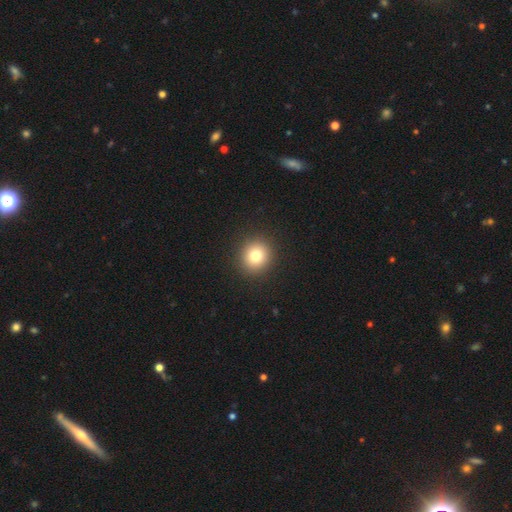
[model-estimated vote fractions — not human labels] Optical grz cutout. It shows a smooth galaxy with no disk features (79%) that is round (90%). Merging: none (92%).